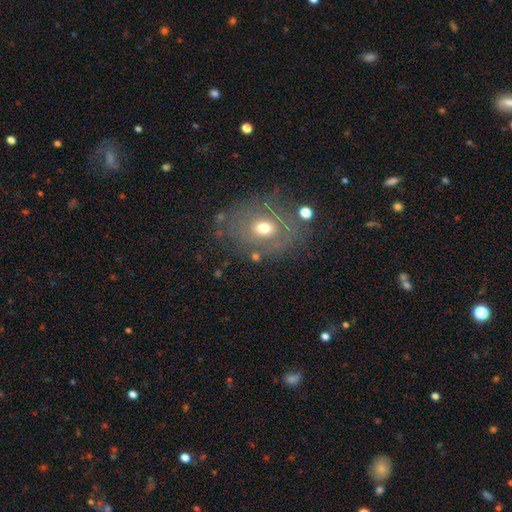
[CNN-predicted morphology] Q: Smooth or featured?
A: featured or disk (53%); runner-up: smooth (34%)
Q: Edge-on disk?
A: no (94%); runner-up: yes (6%)
Q: Bar?
A: no (77%); runner-up: weak (18%)
Q: Spiral arms?
A: no (59%); runner-up: yes (41%)
Q: Bulge size?
A: moderate (69%); runner-up: small (24%)
Q: Merging?
A: none (72%); runner-up: minor disturbance (16%)